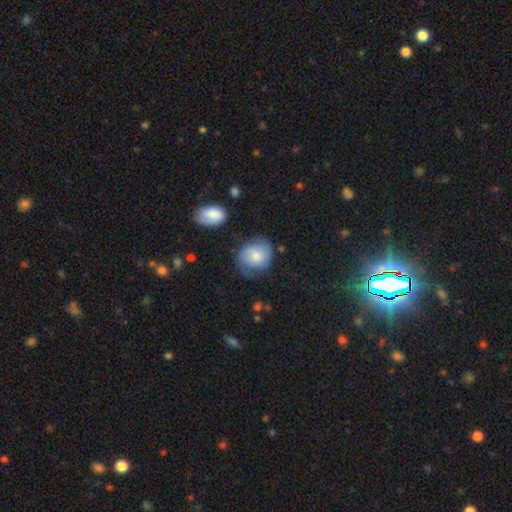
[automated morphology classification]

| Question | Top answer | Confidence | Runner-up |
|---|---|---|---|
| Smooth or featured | smooth | 70% | featured or disk (23%) |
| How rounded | round | 71% | in between (28%) |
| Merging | none | 58% | minor disturbance (28%) |